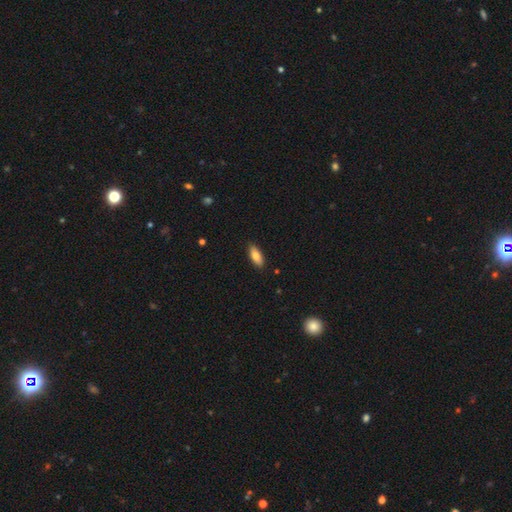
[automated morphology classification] The model was most divided on "how rounded": in between: 81%, cigar-shaped: 17%, round: 2%. More confident: merging — none (88%); smooth or featured — smooth (82%).